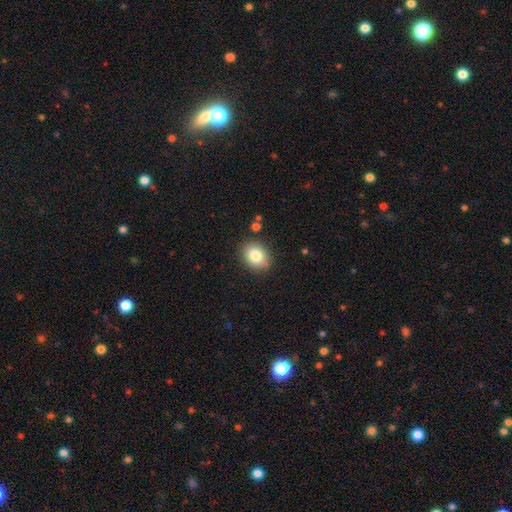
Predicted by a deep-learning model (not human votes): smooth-or-featured: smooth: 82% | star or artifact: 9% | featured or disk: 9%
  how-rounded: in between: 53% | round: 46% | cigar-shaped: 1%
  merging: none: 85% | minor disturbance: 10% | major disturbance: 3% | merger: 2%